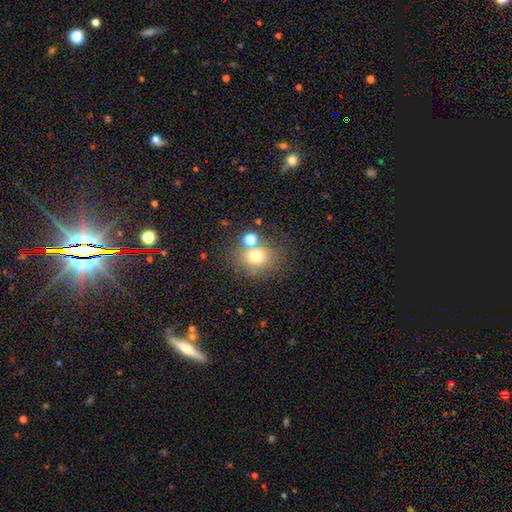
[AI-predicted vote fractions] A smooth galaxy with no disk features (70%) that is round (70%).

Vote fractions:
- Smooth or featured? smooth: 70% / star or artifact: 16% / featured or disk: 14%
- How rounded? round: 70% / in between: 29% / cigar-shaped: 1%
- Merging? none: 63% / merger: 20% / minor disturbance: 11% / major disturbance: 5%